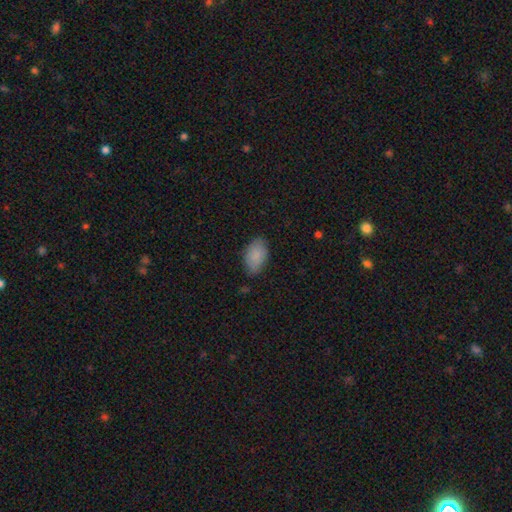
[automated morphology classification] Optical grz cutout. It shows a smooth galaxy with no disk features (87%) that is in between round and cigar-shaped (94%). Merging: none (78%).